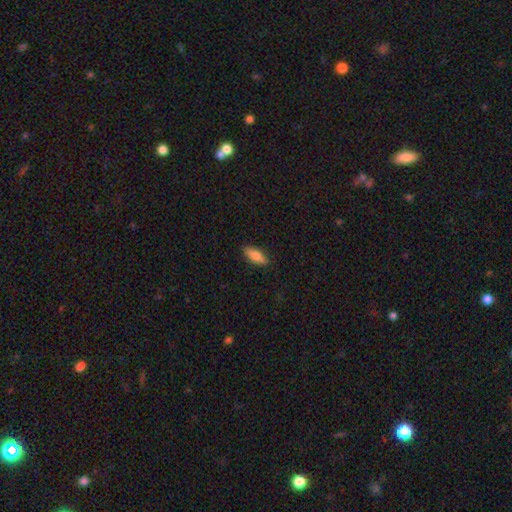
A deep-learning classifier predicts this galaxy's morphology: smooth 74%, featured or disk 20%, star or artifact 6%. Down the decision tree: how rounded — in between (57%); merging — none (87%).